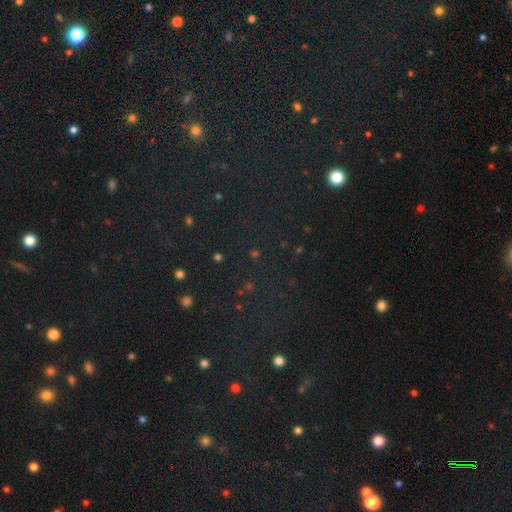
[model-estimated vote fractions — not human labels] Morphology: type=star or artifact (75%).